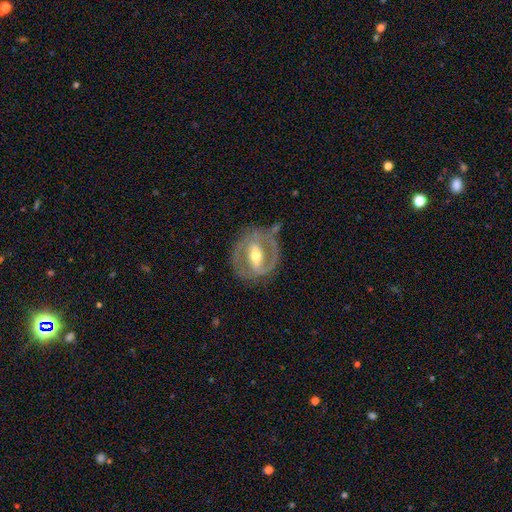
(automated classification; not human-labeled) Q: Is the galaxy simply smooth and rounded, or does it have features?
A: featured or disk — 82%.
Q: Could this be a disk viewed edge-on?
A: no — 94%.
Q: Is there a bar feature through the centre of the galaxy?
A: strong — 60%.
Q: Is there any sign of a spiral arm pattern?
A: yes — 73%.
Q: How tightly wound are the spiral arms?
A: tight — 43%.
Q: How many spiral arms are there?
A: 2 — 78%.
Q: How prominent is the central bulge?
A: moderate — 69%.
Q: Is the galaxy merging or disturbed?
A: none — 69%.